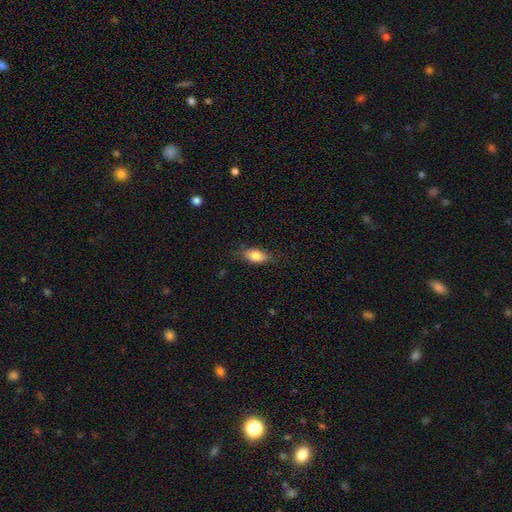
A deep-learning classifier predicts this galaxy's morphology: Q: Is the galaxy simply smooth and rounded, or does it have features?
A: smooth — 80%.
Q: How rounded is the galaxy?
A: in between — 84%.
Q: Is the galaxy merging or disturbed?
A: none — 79%.